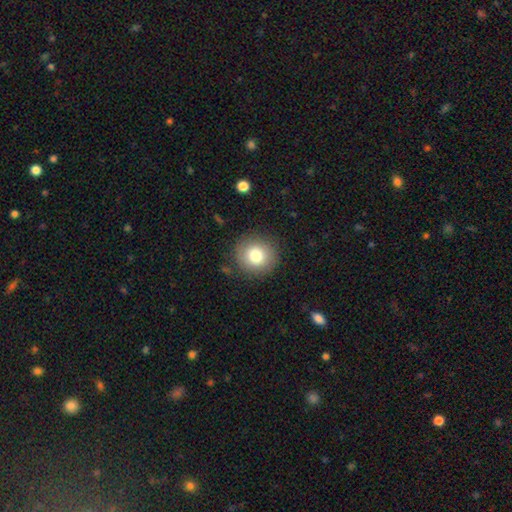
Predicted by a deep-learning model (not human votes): This is likely a smooth galaxy (79%). How rounded: clearly round (92%). Merging: clearly none (88%).